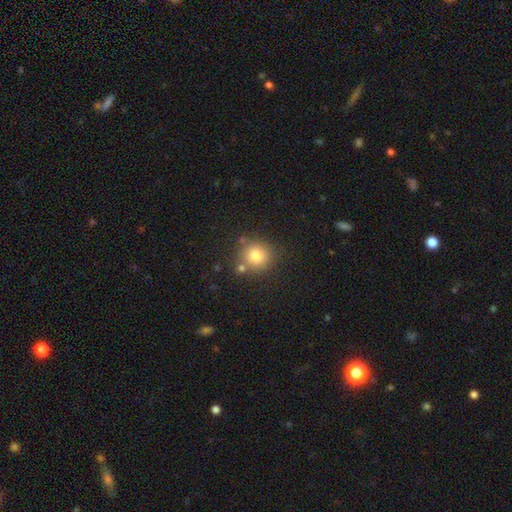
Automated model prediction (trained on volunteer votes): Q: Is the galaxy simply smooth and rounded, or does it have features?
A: smooth — 78%.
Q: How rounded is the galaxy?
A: round — 91%.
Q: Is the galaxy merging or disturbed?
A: none — 76%.